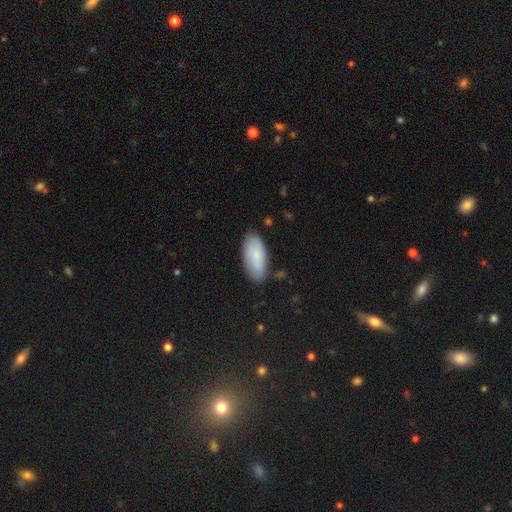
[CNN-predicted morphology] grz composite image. It shows a smooth galaxy with no disk features (75%) that is in between round and cigar-shaped (89%). Merging: none (79%).